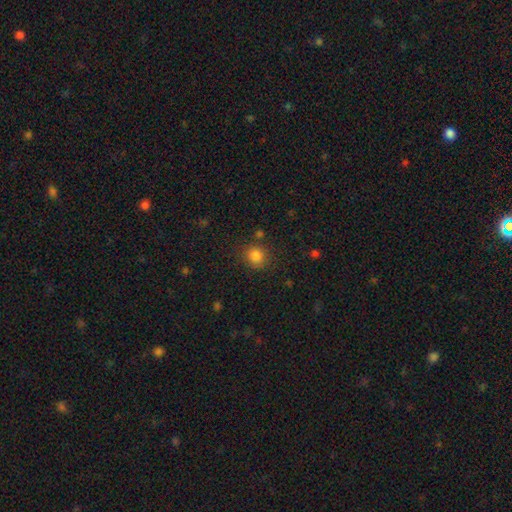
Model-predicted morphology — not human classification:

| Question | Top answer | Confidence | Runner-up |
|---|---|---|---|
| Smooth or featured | smooth | 84% | star or artifact (12%) |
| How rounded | round | 86% | in between (13%) |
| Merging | none | 82% | minor disturbance (11%) |